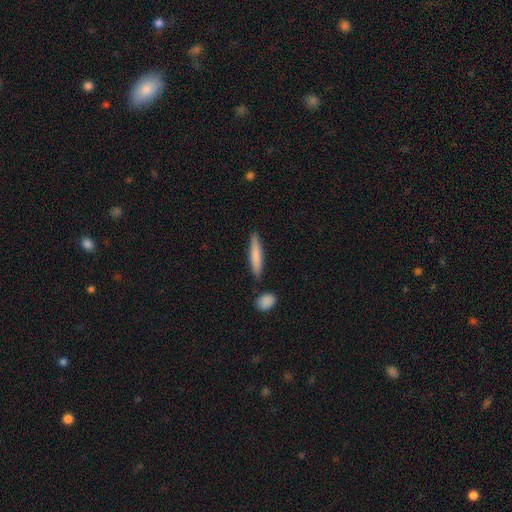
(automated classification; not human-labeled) A smooth galaxy with no disk features (77%) that is cigar-shaped (91%). Merging: none (84%).